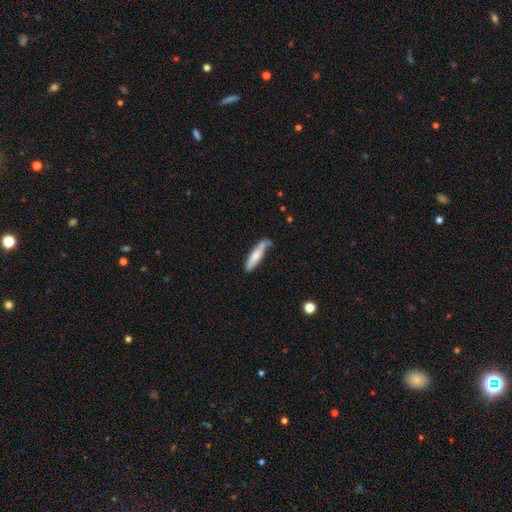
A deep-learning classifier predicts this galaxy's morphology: smooth 72%, featured or disk 22%, star or artifact 6%. Down the decision tree: how rounded — cigar-shaped (82%); merging — none (66%).